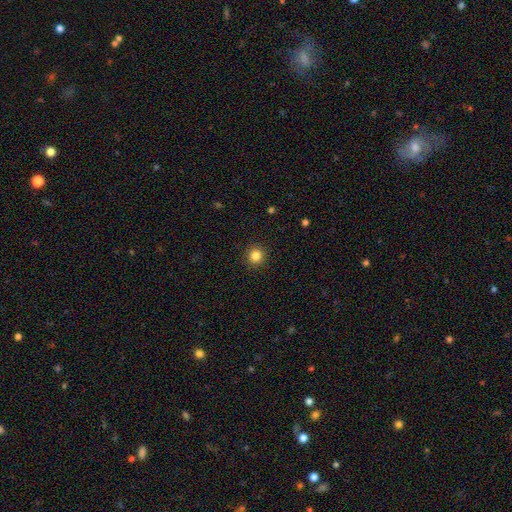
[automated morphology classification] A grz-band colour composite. It shows a smooth galaxy with no disk features (84%) that is round (94%). Merging: none (92%).